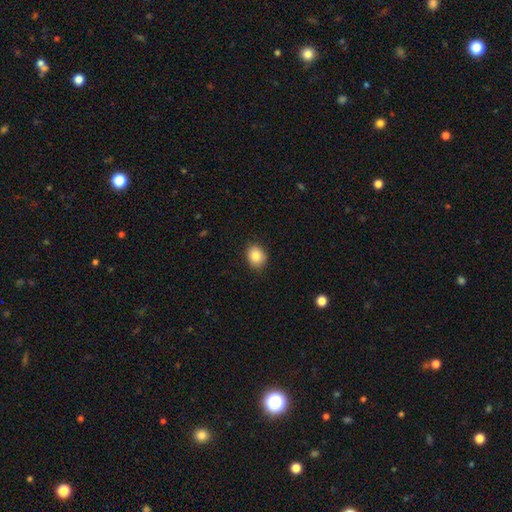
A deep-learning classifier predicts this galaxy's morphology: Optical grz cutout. It shows a smooth galaxy with no disk features (85%) that is round (55%). Merging: none (88%).